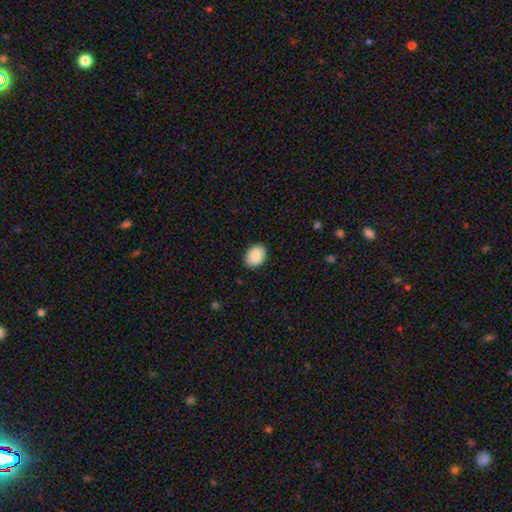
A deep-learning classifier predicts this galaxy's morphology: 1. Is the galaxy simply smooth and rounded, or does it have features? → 88% smooth, 7% star or artifact, 5% featured or disk.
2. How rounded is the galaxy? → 72% in between, 27% round, 1% cigar-shaped.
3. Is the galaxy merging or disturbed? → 87% none, 10% minor disturbance, 2% major disturbance, 1% merger.